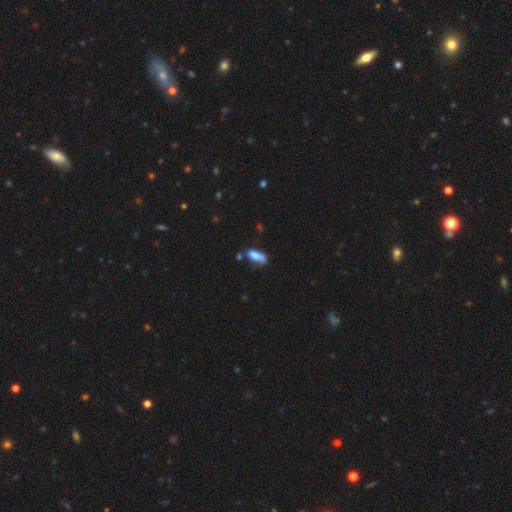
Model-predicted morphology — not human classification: A smooth galaxy with no disk features (81%) that is in between round and cigar-shaped (70%).

Vote fractions:
- Smooth or featured? smooth: 81% / featured or disk: 12% / star or artifact: 7%
- How rounded? in between: 70% / cigar-shaped: 27% / round: 2%
- Merging? none: 61% / minor disturbance: 26% / merger: 7% / major disturbance: 6%